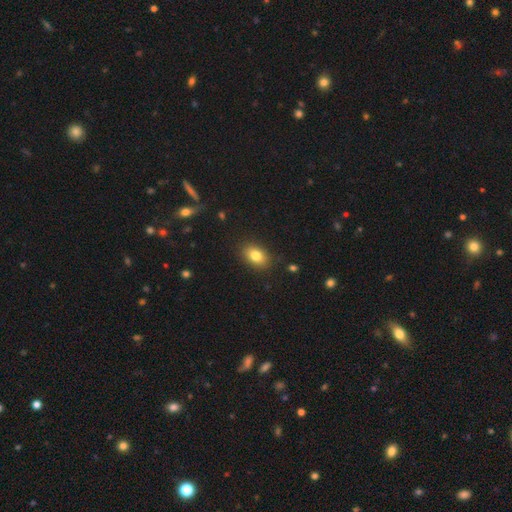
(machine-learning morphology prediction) Smooth or featured? smooth (82%)
How rounded? in between (81%)
Merging? none (87%)